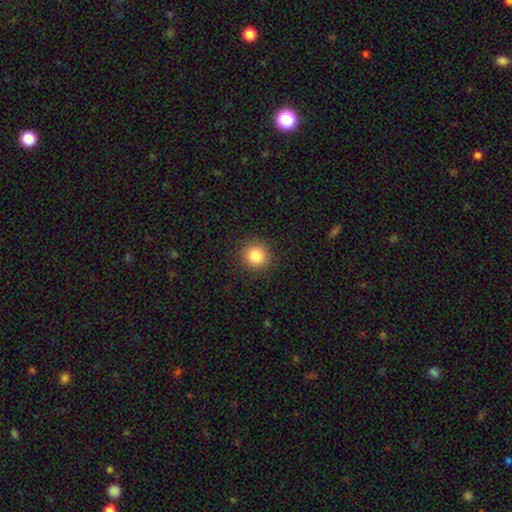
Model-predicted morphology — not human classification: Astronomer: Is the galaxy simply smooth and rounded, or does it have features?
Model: smooth — 84%.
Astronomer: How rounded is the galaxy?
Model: round — 92%.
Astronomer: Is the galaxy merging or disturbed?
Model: none — 91%.